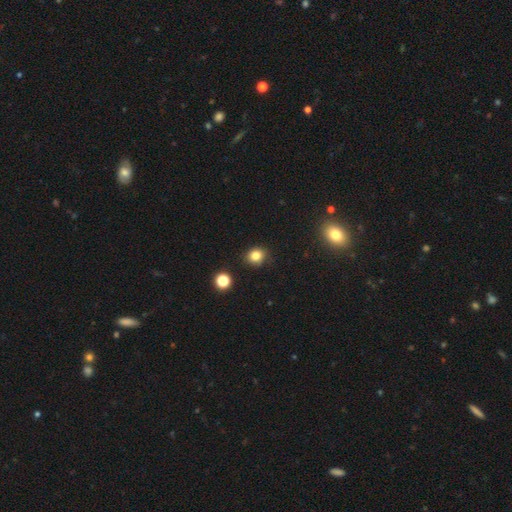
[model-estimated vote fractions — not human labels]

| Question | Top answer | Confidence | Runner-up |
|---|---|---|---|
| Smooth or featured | smooth | 81% | star or artifact (14%) |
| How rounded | round | 76% | in between (23%) |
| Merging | none | 87% | minor disturbance (9%) |